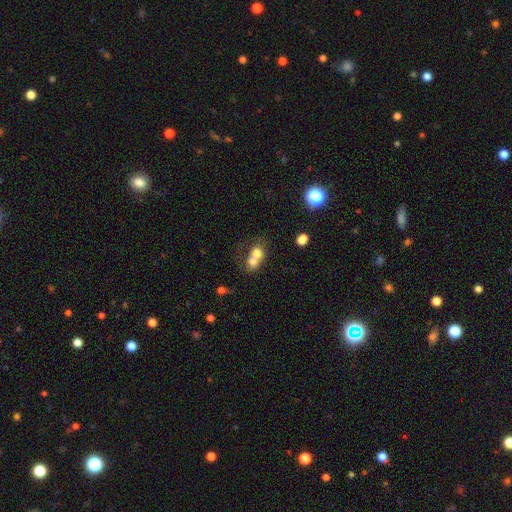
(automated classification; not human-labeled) Smooth or featured? Predicted: smooth (p=0.68). How rounded? Predicted: round (p=0.58). Merging? Predicted: merger (p=0.70).